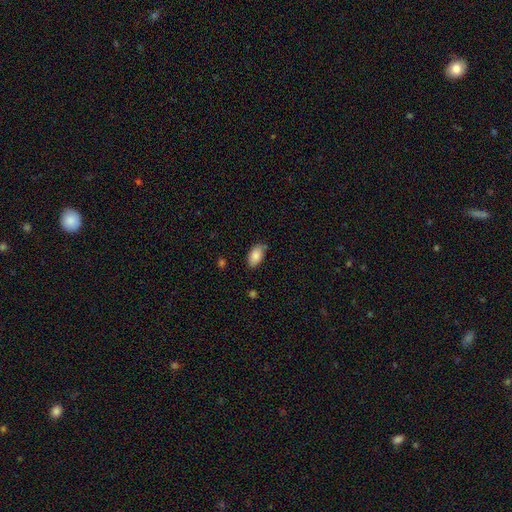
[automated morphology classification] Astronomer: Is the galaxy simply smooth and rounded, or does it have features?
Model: smooth — 87%.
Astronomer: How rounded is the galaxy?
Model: in between — 94%.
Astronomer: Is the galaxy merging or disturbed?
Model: none — 77%.